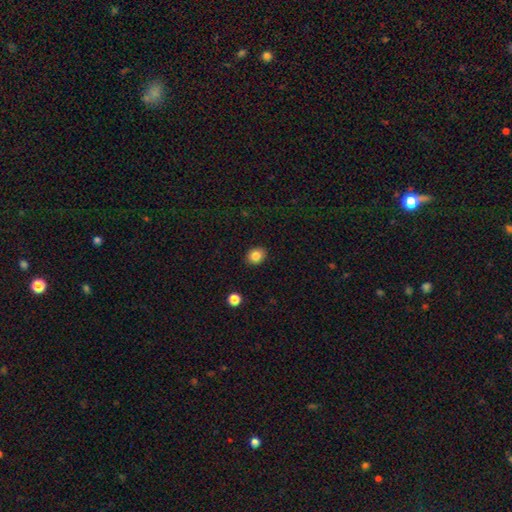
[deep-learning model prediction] smooth-or-featured: smooth: 84% | star or artifact: 10% | featured or disk: 6%
  how-rounded: round: 63% | in between: 36% | cigar-shaped: 1%
  merging: none: 90% | minor disturbance: 7% | major disturbance: 2% | merger: 1%